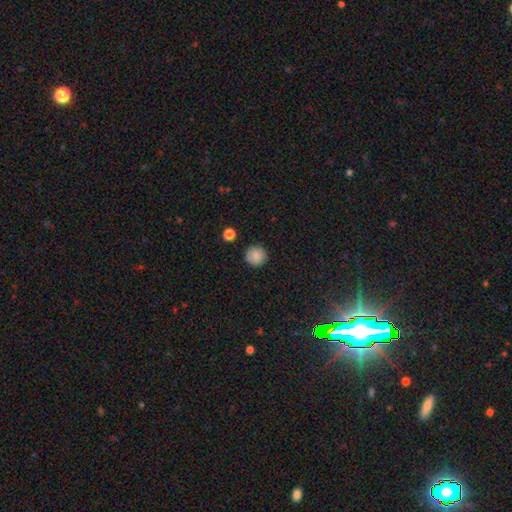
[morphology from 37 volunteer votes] Smooth or featured: smooth — 97% (star or artifact — 3%)
How rounded: round — 94% (in between — 6%)
Merging: none — 94% (minor disturbance — 6%)